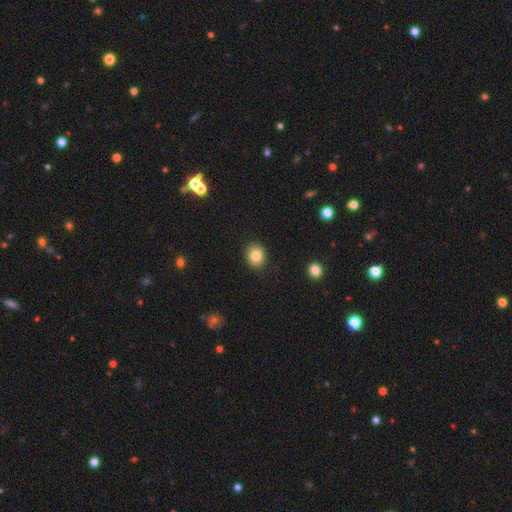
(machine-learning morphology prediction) Q: Smooth or featured?
A: smooth (84%); runner-up: star or artifact (10%)
Q: How rounded?
A: round (66%); runner-up: in between (34%)
Q: Merging?
A: none (89%); runner-up: minor disturbance (7%)